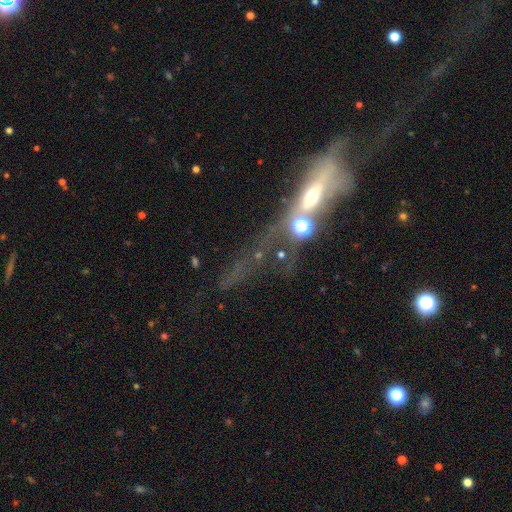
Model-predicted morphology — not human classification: Smooth or featured? Predicted: featured or disk (p=0.58). Edge-on disk? Predicted: no (p=0.59). Merging? Predicted: merger (p=0.36).